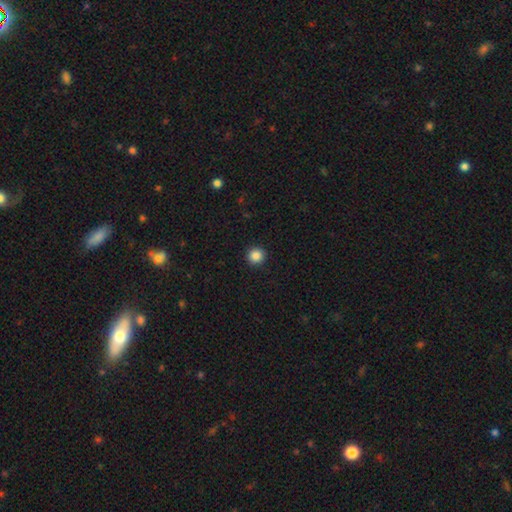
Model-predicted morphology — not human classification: A smooth galaxy with no disk features (86%) that is round (95%). Merging: none (93%).